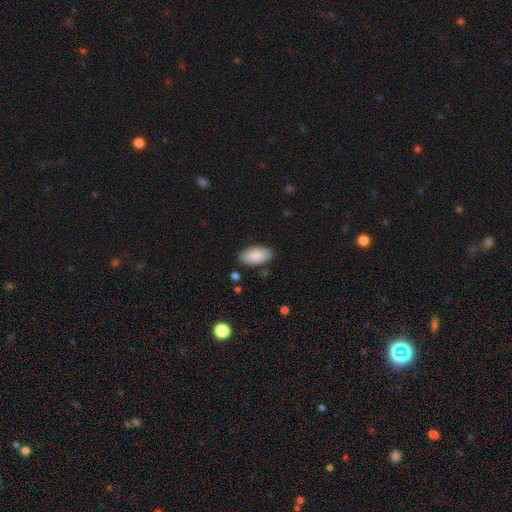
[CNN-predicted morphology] smooth 89%, star or artifact 6%, featured or disk 5%. Down the decision tree: how rounded — in between (95%); merging — none (86%).